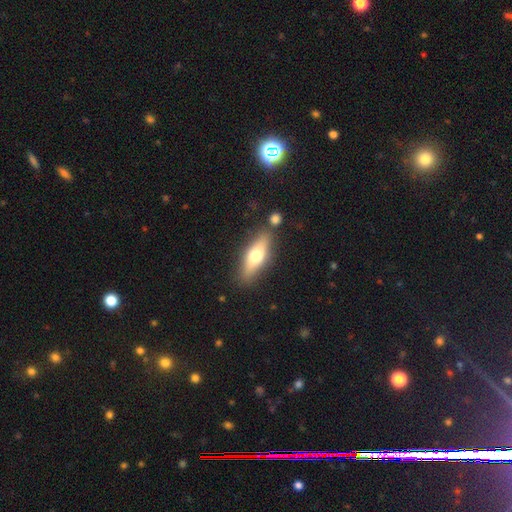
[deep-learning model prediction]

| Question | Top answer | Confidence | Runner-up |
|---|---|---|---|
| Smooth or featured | smooth | 58% | featured or disk (36%) |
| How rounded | in between | 53% | cigar-shaped (44%) |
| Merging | none | 78% | minor disturbance (12%) |